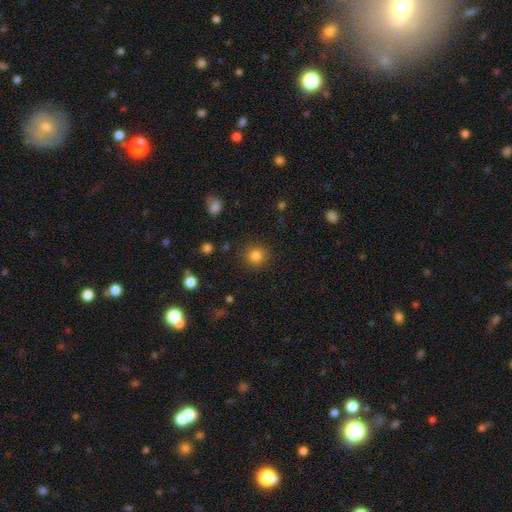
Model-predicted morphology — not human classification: The model was most divided on "smooth or featured": smooth: 82%, star or artifact: 12%, featured or disk: 6%. More confident: how rounded — round (92%); merging — none (89%).